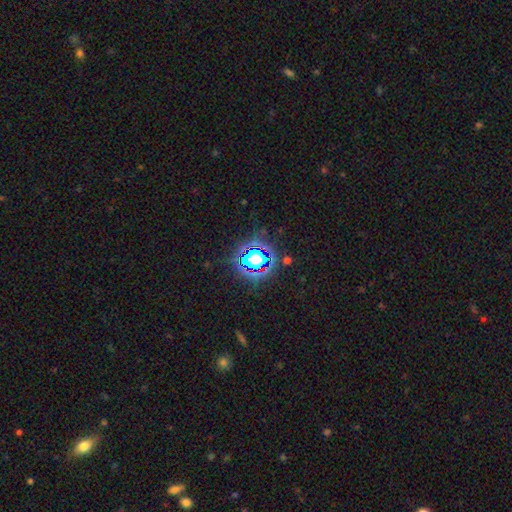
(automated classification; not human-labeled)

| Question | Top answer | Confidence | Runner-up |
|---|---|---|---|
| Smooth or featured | star or artifact | 79% | smooth (14%) |